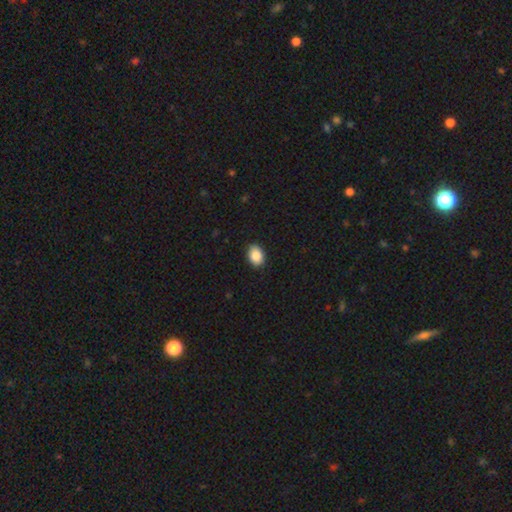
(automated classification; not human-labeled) smooth-or-featured: smooth: 89% | star or artifact: 8% | featured or disk: 4%
  how-rounded: in between: 74% | round: 25% | cigar-shaped: 1%
  merging: none: 89% | minor disturbance: 8% | major disturbance: 2% | merger: 1%